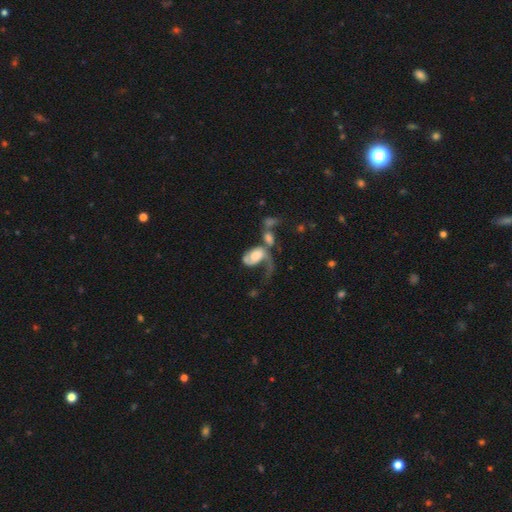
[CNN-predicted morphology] Overall: featured or disk (63%; smooth 29%). Edge-on disk: no (96%). Bar: no (65%; weak 27%). Spiral arms: yes (83%). Spiral arm count: 1 (70%). Spiral winding: loose (65%). Bulge size: moderate (37%; large 31%). Merging: merger (46%; major disturbance 33%).